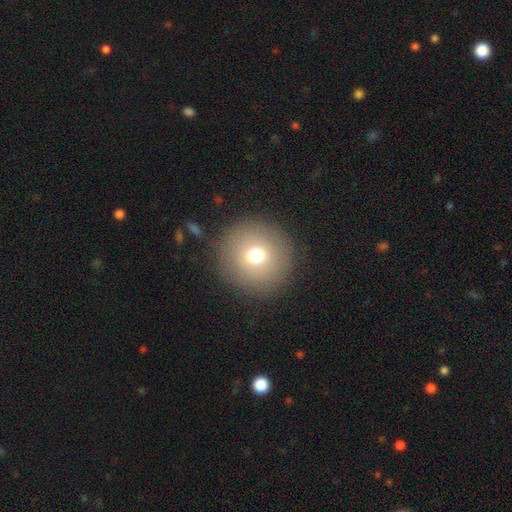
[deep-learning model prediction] Morphology: type=smooth (73%); roundness=round (95%); merging=none (89%).